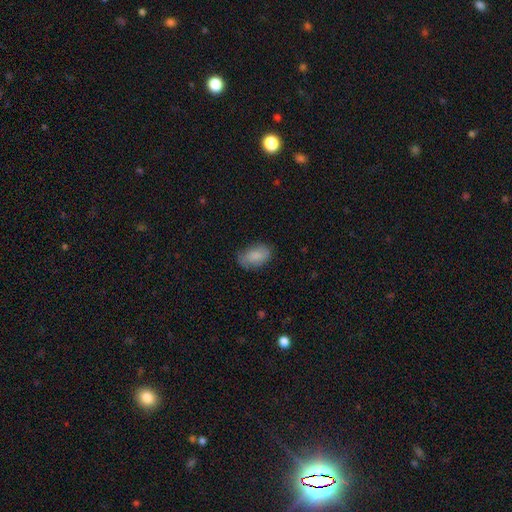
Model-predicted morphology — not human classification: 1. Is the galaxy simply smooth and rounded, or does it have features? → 82% smooth, 11% featured or disk, 7% star or artifact.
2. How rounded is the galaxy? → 88% in between, 10% round, 1% cigar-shaped.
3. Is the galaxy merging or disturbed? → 69% none, 23% minor disturbance, 6% major disturbance, 1% merger.